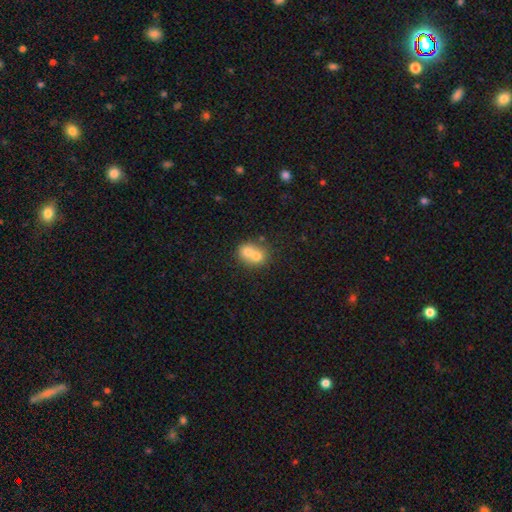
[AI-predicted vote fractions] The model was most divided on "how rounded": round: 69%, in between: 31%, cigar-shaped: 1%. More confident: merging — merger (69%); smooth or featured — smooth (67%).